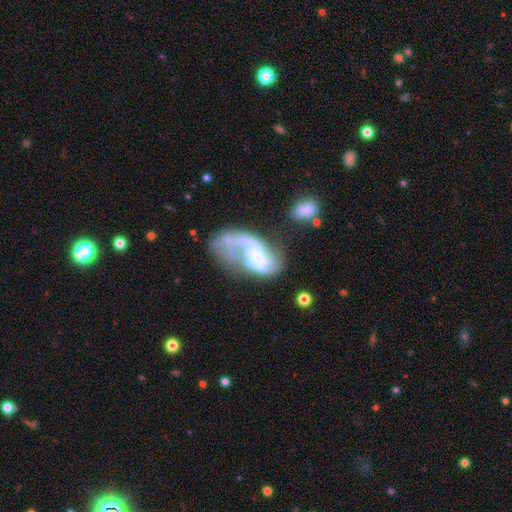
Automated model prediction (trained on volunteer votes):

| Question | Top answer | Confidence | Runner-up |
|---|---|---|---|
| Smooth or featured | featured or disk | 71% | smooth (22%) |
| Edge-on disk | no | 96% | yes (4%) |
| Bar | no | 54% | weak (35%) |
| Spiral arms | yes | 70% | no (30%) |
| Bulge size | small | 57% | moderate (25%) |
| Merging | major disturbance | 42% | none (21%) |